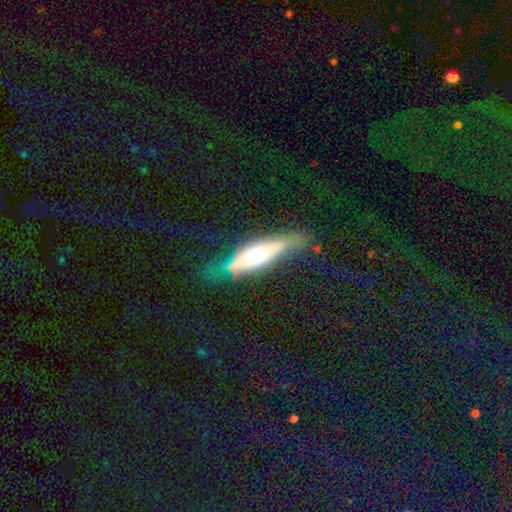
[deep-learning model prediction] smooth-or-featured: featured or disk: 53% | smooth: 40% | star or artifact: 7%
  disk-edge-on: yes: 65% | no: 35%
  merging: none: 60% | minor disturbance: 24% | major disturbance: 13% | merger: 3%